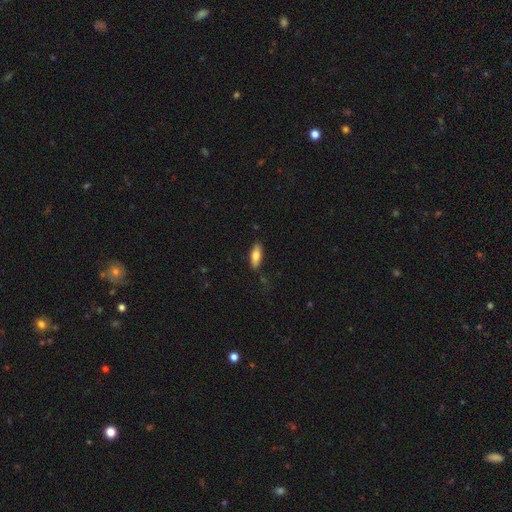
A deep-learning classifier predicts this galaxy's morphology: Smooth or featured?
  - smooth: 74% *
  - featured or disk: 20%
  - star or artifact: 6%
How rounded?
  - in between: 66% *
  - cigar-shaped: 32%
  - round: 2%
Merging?
  - none: 83% *
  - minor disturbance: 13%
  - major disturbance: 3%
  - merger: 2%